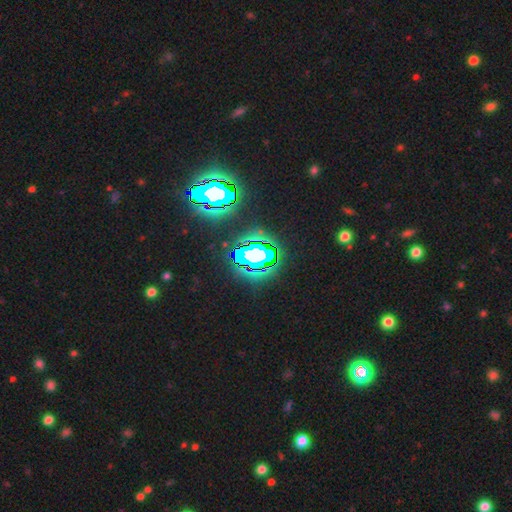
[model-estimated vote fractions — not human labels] The model was most divided on "smooth or featured": star or artifact: 67%, smooth: 17%, featured or disk: 16%.